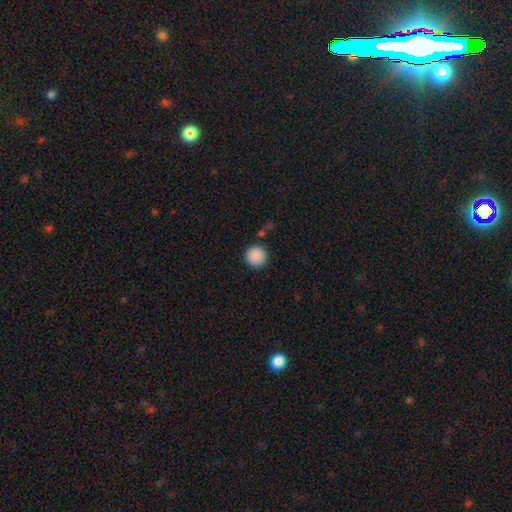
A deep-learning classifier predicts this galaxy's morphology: This appears to be a smooth galaxy with no disk features (89%) that is round (96%). Merging: none (88%).